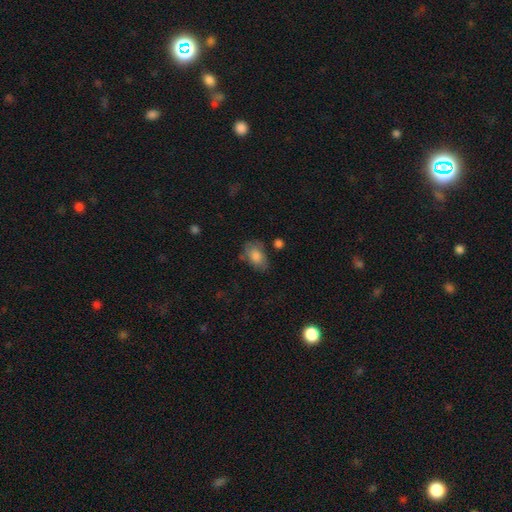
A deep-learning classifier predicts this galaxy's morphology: Smooth or featured: smooth — 79% (featured or disk — 14%)
How rounded: in between — 89% (round — 9%)
Merging: none — 62% (minor disturbance — 25%)